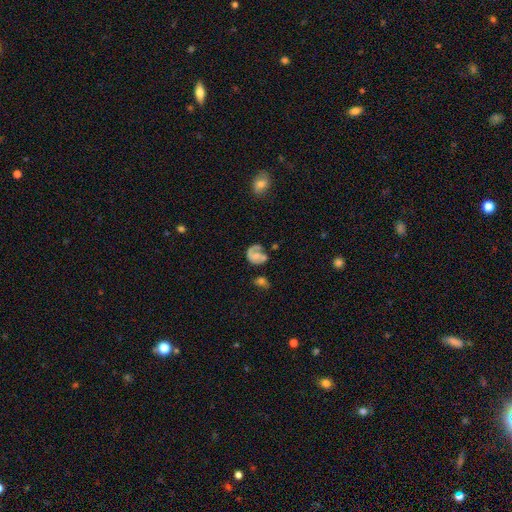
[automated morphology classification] Overall: featured or disk (57%; smooth 34%). Edge-on disk: no (98%). Bar: no (75%). Spiral arms: yes (67%; no 33%). Bulge size: none (45%; small 28%). Merging: none (35%; major disturbance 30%).